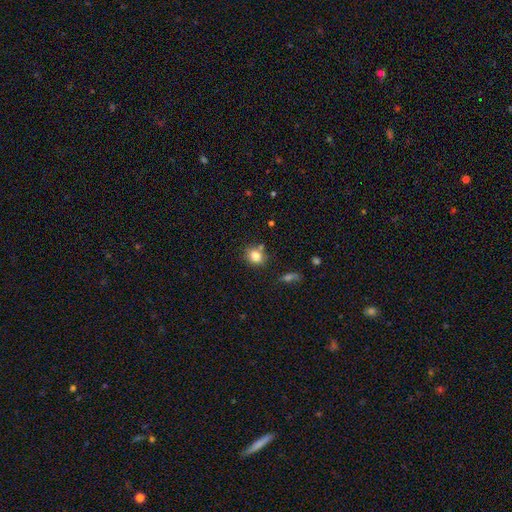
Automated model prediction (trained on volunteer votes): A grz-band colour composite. It shows a smooth galaxy with no disk features (80%) that is round (65%). Merging: none (71%).